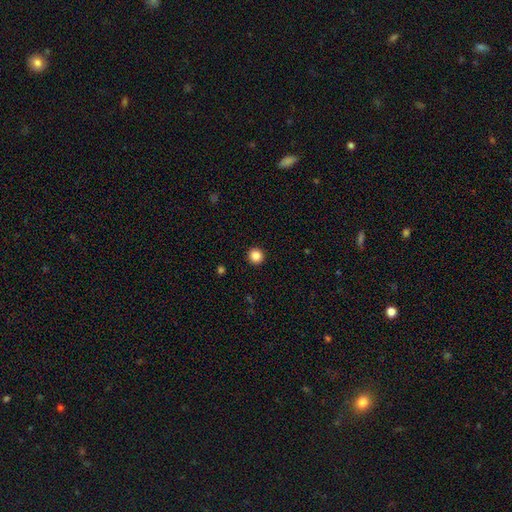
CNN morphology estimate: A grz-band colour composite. It shows a smooth galaxy with no disk features (86%) that is round (95%). Merging: none (93%).